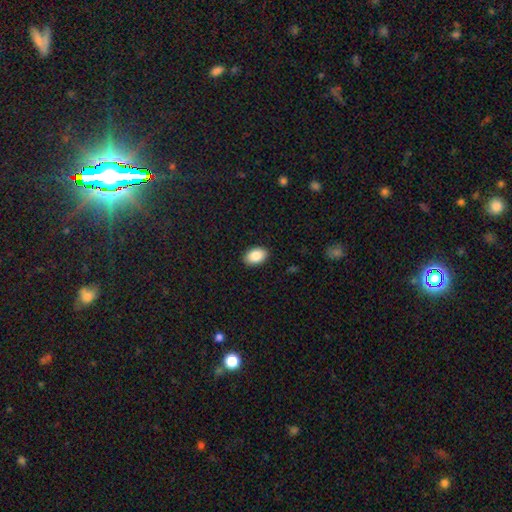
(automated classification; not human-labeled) Smooth or featured? Predicted: smooth (p=0.86). How rounded? Predicted: in between (p=0.88). Merging? Predicted: none (p=0.90).